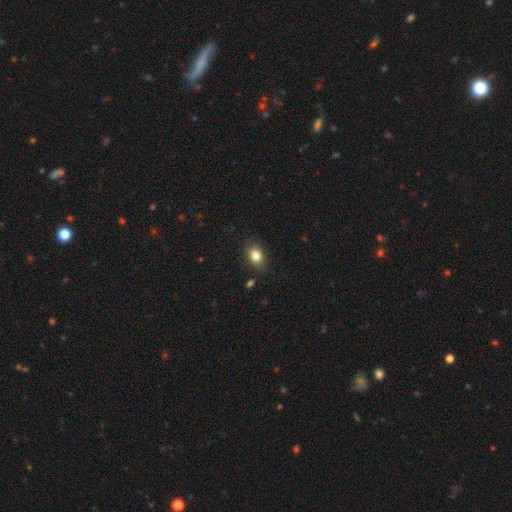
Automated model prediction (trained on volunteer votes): Overall: smooth (83%). How rounded: in between (62%; round 36%). Merging: none (85%).